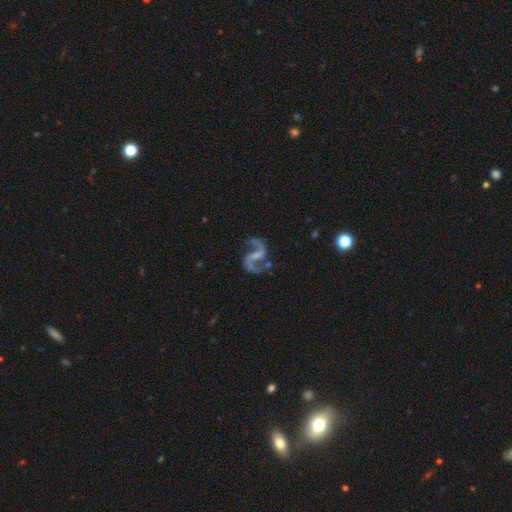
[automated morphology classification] A featured or disk galaxy (92%) with a weak bar (45%), 2 (94%) loose (57%) spiral arms (98%) and no central bulge (49%).

Vote fractions:
- Smooth or featured? featured or disk: 92% / star or artifact: 5% / smooth: 3%
- Edge-on disk? no: 98% / yes: 2%
- Bar? weak: 45% / strong: 32% / no: 23%
- Spiral arms? yes: 98% / no: 2%
- Spiral winding? loose: 57% / medium: 38% / tight: 5%
- Spiral arm count? 2: 94% / 1: 2% / can't tell: 1% / 3: 1% / 4: 1% / more than 4: 1%
- Bulge size? none: 49% / small: 34% / moderate: 14% / large: 2% / dominant: 1%
- Merging? none: 74% / minor disturbance: 15% / major disturbance: 8% / merger: 3%